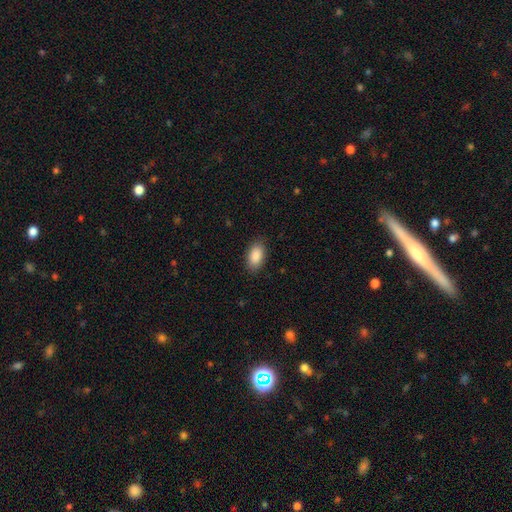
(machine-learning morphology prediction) This appears to be a smooth galaxy with no disk features (90%) that is in between round and cigar-shaped (94%). Merging: none (87%).